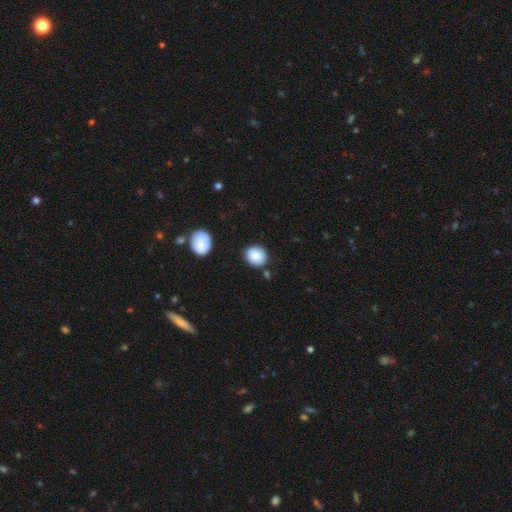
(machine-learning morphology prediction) smooth-or-featured: smooth: 87% | star or artifact: 8% | featured or disk: 5%
  how-rounded: round: 76% | in between: 23% | cigar-shaped: 1%
  merging: none: 82% | minor disturbance: 11% | merger: 5% | major disturbance: 3%